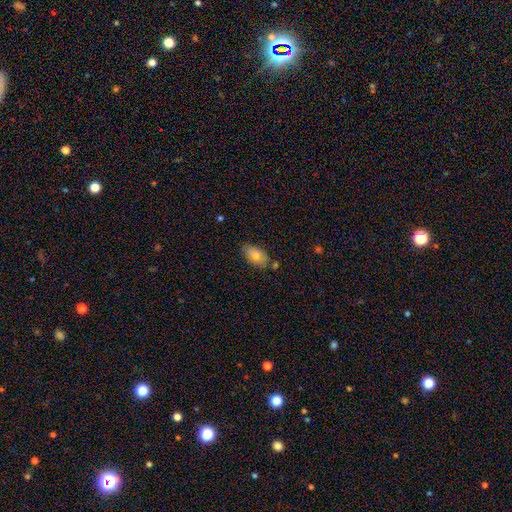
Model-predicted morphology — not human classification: smooth 72%, featured or disk 19%, star or artifact 9%. Down the decision tree: how rounded — in between (91%); merging — none (75%).